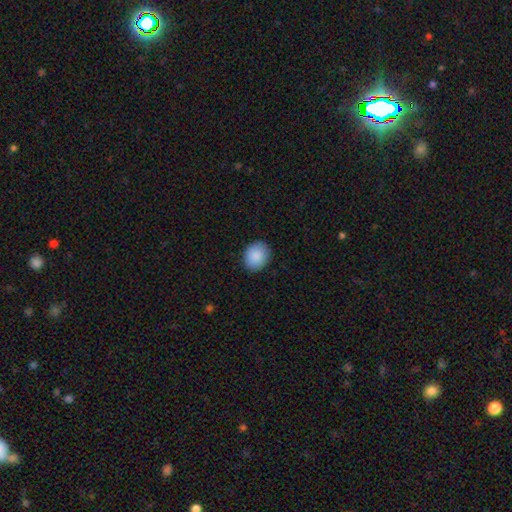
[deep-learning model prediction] This is clearly a smooth galaxy (89%). How rounded: possibly round (56%). Merging: clearly none (88%).